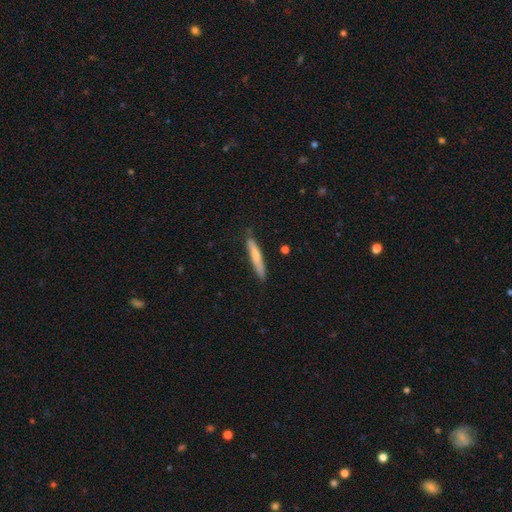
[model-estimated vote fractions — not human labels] Morphology: type=smooth (68%); roundness=cigar-shaped (93%); merging=none (80%).